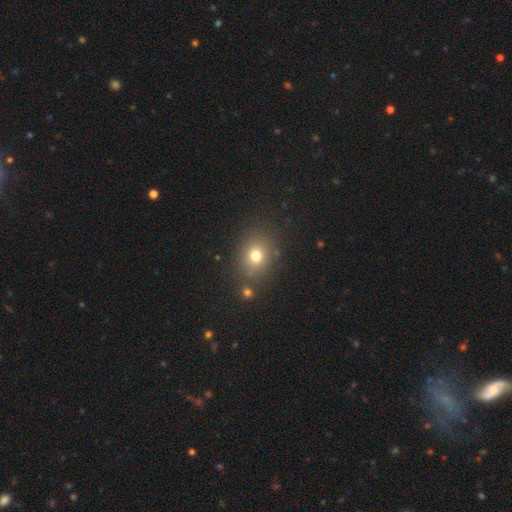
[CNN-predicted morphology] Smooth or featured? smooth (73%)
How rounded? round (59%)
Merging? none (80%)